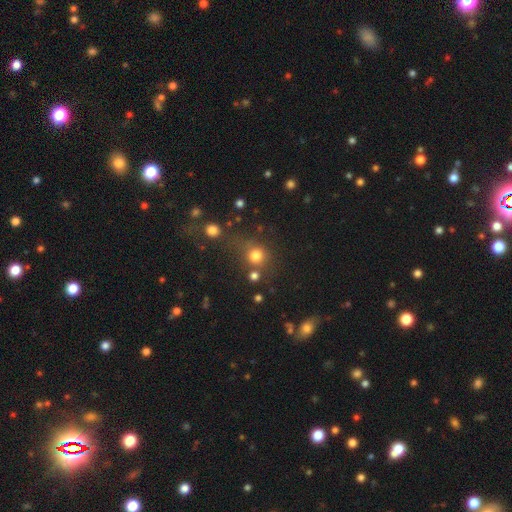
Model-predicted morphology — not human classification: This appears to be a smooth galaxy with no disk features (76%) that is round (88%). Merging: none (64%).